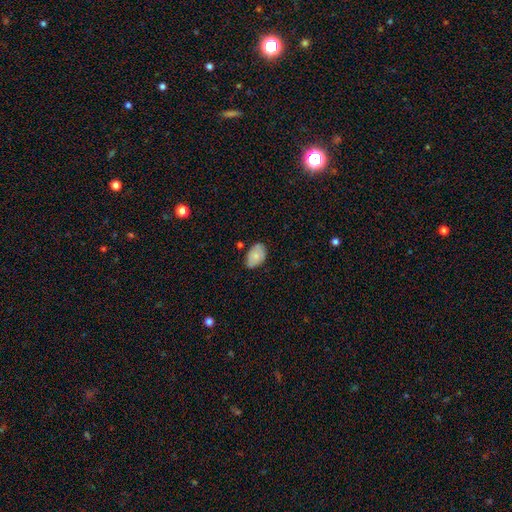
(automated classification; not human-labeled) Smooth or featured? smooth (76%)
How rounded? in between (89%)
Merging? none (68%)